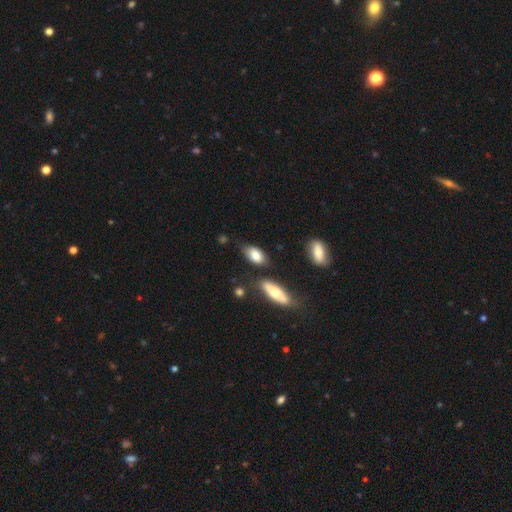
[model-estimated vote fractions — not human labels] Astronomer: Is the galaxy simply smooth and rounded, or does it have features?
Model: smooth — 80%.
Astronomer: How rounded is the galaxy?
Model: in between — 90%.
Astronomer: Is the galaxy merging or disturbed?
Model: none — 70%.